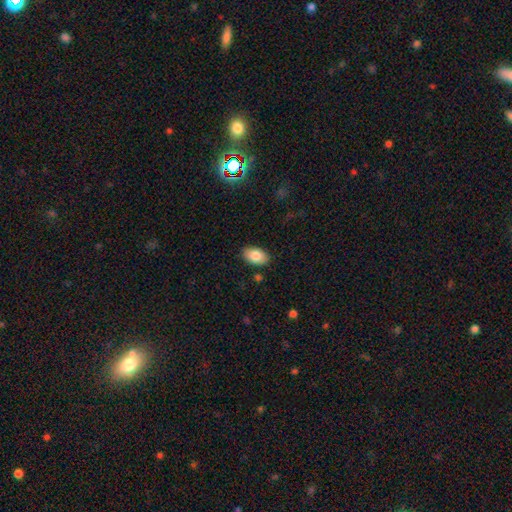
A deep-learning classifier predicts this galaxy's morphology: A smooth galaxy with no disk features (84%) that is in between round and cigar-shaped (92%).

Vote fractions:
- Smooth or featured? smooth: 84% / featured or disk: 10% / star or artifact: 7%
- How rounded? in between: 92% / round: 6% / cigar-shaped: 1%
- Merging? none: 87% / minor disturbance: 9% / major disturbance: 2% / merger: 1%